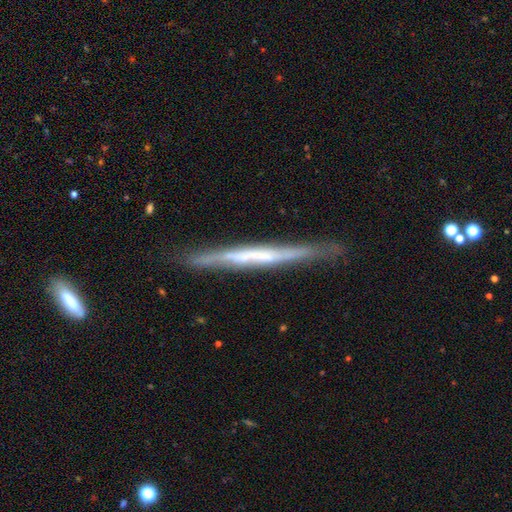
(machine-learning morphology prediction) A featured or disk galaxy (67%) viewed edge-on (94%) with no central bulge (71%). Merging: none (84%).